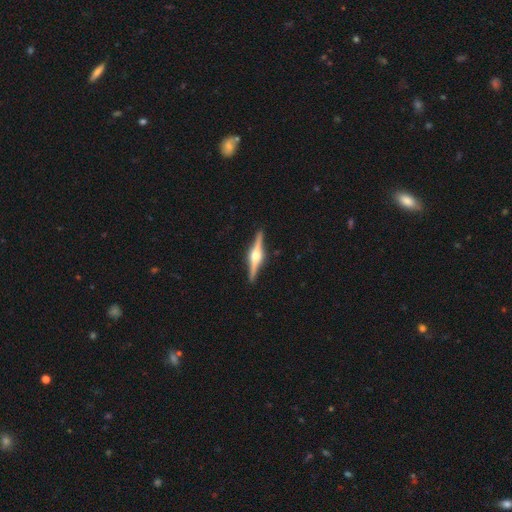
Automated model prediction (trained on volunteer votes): smooth_or_featured: featured or disk (p=0.86) [alt: smooth p=0.10]
disk_edge_on: yes (p=0.98) [alt: no p=0.02]
edge_on_bulge: rounded (p=0.94) [alt: boxy p=0.05]
merging: none (p=0.92) [alt: minor disturbance p=0.06]